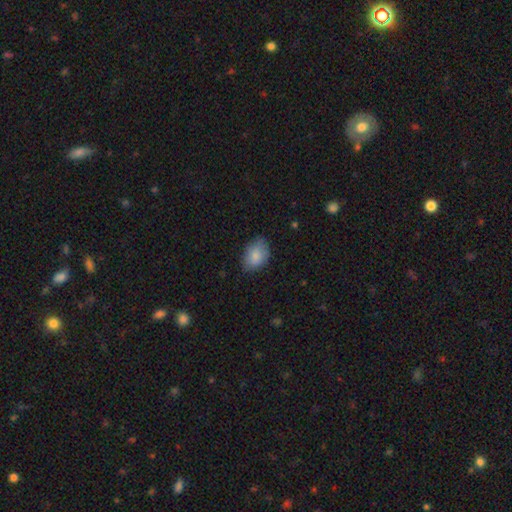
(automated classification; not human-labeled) Overall: smooth (85%). How rounded: in between (79%). Merging: none (74%).